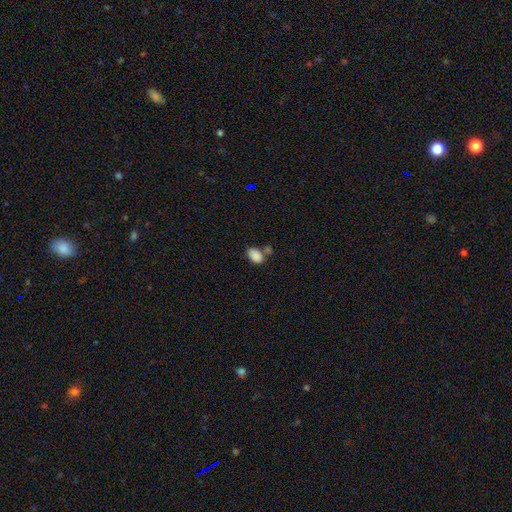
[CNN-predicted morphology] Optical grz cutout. It shows a smooth galaxy with no disk features (87%) that is in between round and cigar-shaped (88%). Merging: none (56%).